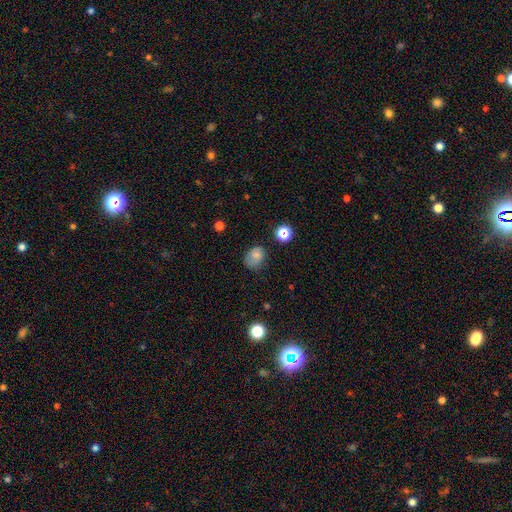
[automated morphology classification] A smooth galaxy with no disk features (72%) that is in between round and cigar-shaped (57%). Merging: none (64%).